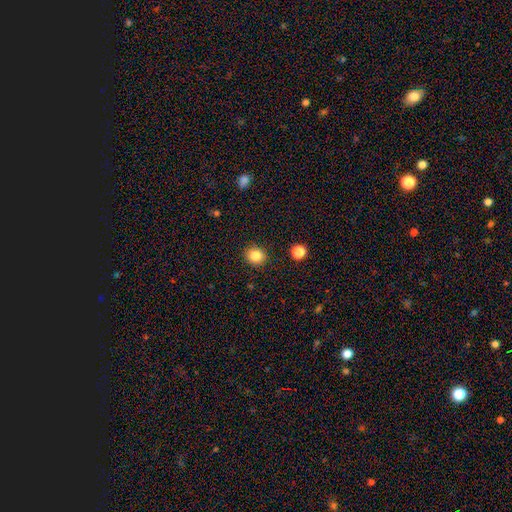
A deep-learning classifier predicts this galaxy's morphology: type=smooth (84%); roundness=round (82%); merging=none (90%).